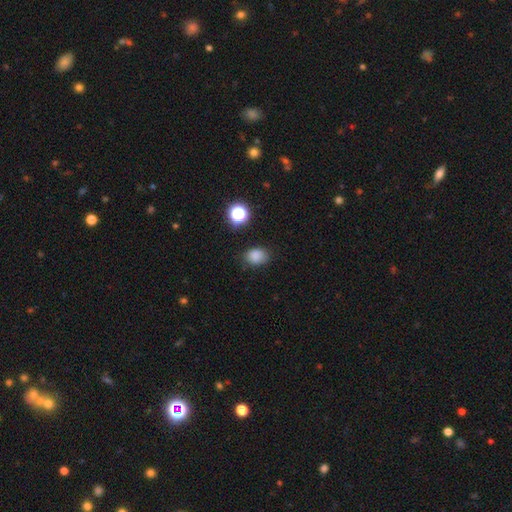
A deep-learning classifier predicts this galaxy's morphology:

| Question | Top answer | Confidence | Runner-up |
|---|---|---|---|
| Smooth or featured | smooth | 82% | star or artifact (13%) |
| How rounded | in between | 62% | round (37%) |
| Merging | none | 78% | minor disturbance (16%) |